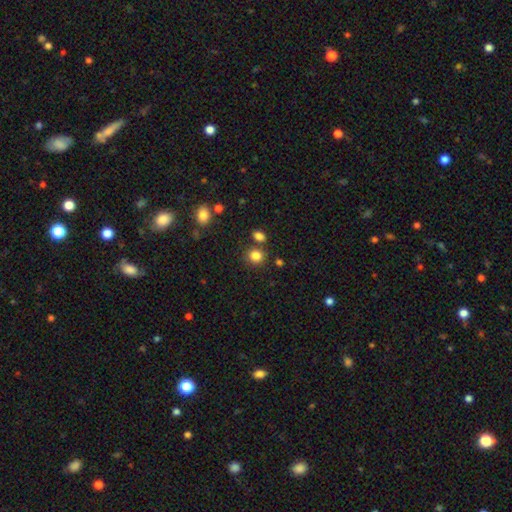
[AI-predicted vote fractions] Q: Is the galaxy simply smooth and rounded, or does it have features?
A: smooth — 84%.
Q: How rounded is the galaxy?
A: round — 77%.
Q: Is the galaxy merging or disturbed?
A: none — 75%.